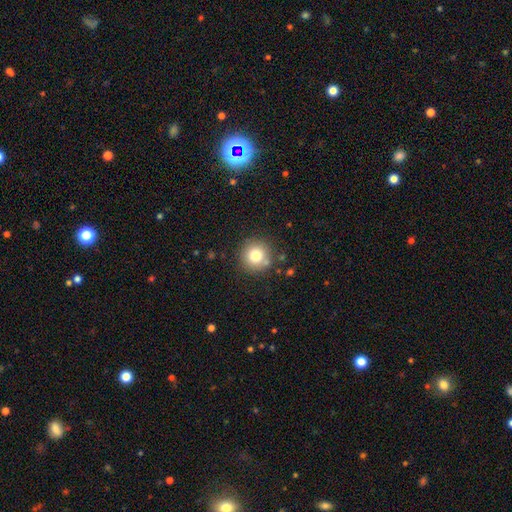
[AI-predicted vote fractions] A smooth galaxy with no disk features (77%) that is round (94%). Merging: none (85%).